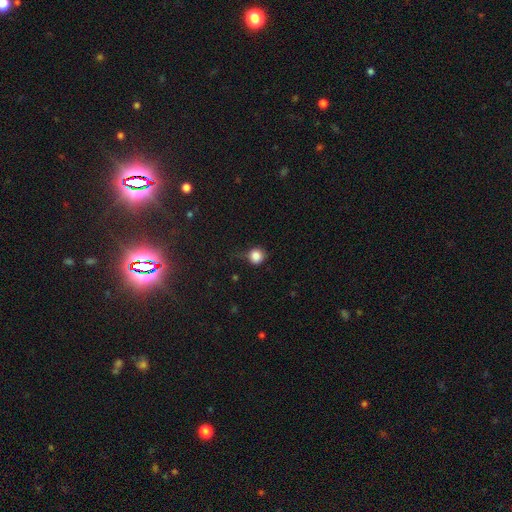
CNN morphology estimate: type=smooth (84%); roundness=round (88%); merging=none (63%).